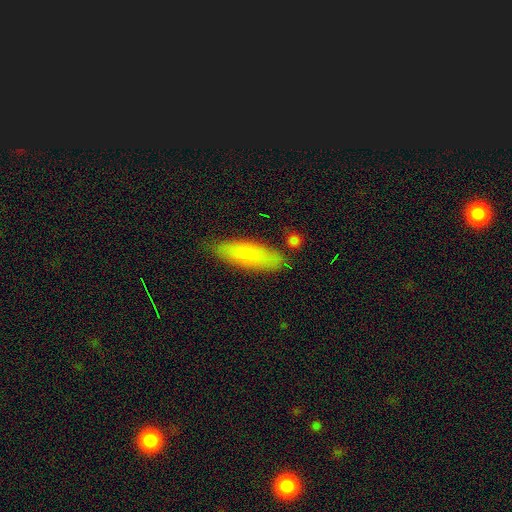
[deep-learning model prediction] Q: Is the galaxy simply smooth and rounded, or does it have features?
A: smooth — 68%.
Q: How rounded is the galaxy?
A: cigar-shaped — 50%.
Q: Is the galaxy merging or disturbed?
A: none — 81%.